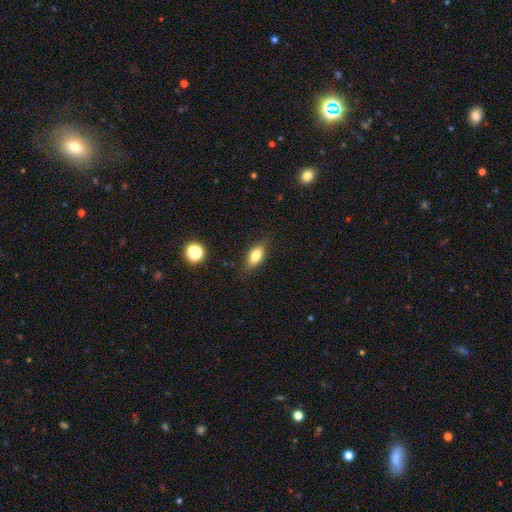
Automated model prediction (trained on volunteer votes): Q: Smooth or featured?
A: smooth (74%); runner-up: featured or disk (17%)
Q: How rounded?
A: in between (80%); runner-up: cigar-shaped (13%)
Q: Merging?
A: none (79%); runner-up: minor disturbance (15%)